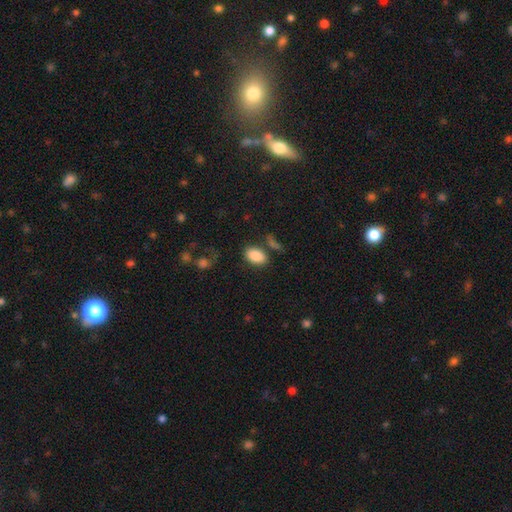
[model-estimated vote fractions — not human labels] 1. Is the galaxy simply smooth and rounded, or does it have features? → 88% smooth, 7% star or artifact, 5% featured or disk.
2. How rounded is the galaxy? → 91% in between, 8% round, 1% cigar-shaped.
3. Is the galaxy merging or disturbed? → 74% none, 13% minor disturbance, 8% merger, 5% major disturbance.